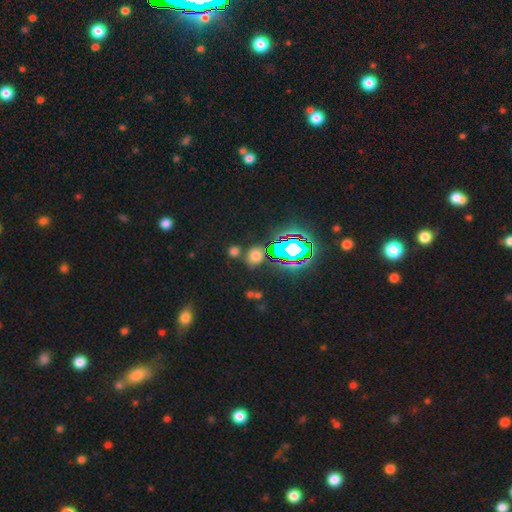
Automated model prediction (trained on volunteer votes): Smooth or featured?
  - smooth: 57% *
  - star or artifact: 37%
  - featured or disk: 7%
How rounded?
  - round: 78% *
  - in between: 20%
  - cigar-shaped: 2%
Merging?
  - none: 75% *
  - merger: 12%
  - minor disturbance: 9%
  - major disturbance: 4%